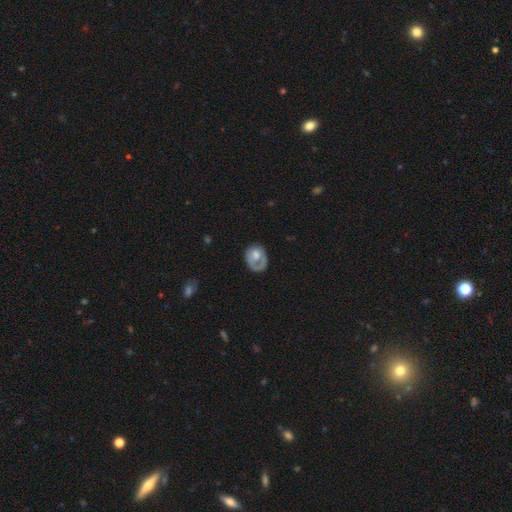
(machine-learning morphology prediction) Smooth or featured?
  - smooth: 53% *
  - featured or disk: 41%
  - star or artifact: 7%
How rounded?
  - round: 50% *
  - in between: 49%
  - cigar-shaped: 1%
Merging?
  - none: 47% *
  - major disturbance: 26%
  - minor disturbance: 24%
  - merger: 3%